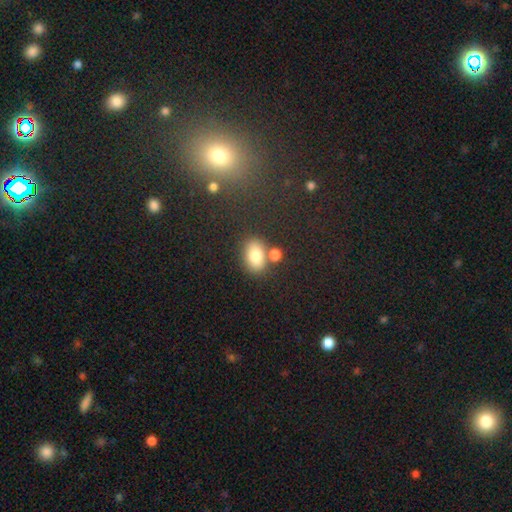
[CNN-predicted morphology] type=smooth (79%); roundness=in between (76%); merging=none (66%).